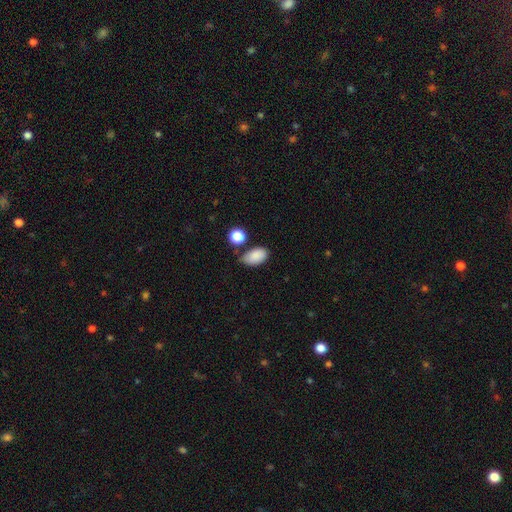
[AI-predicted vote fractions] The model was most divided on "merging": none: 62%, minor disturbance: 24%, merger: 9%, major disturbance: 6%. More confident: how rounded — in between (92%); smooth or featured — smooth (87%).